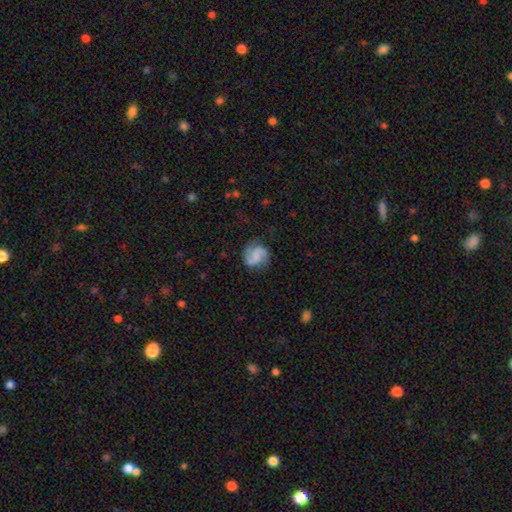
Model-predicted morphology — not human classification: This appears to be a featured or disk galaxy (75%) with no bar (47%), 2 (90%) medium (49%) spiral arms (96%) and no central bulge (57%). Merging: none (76%).